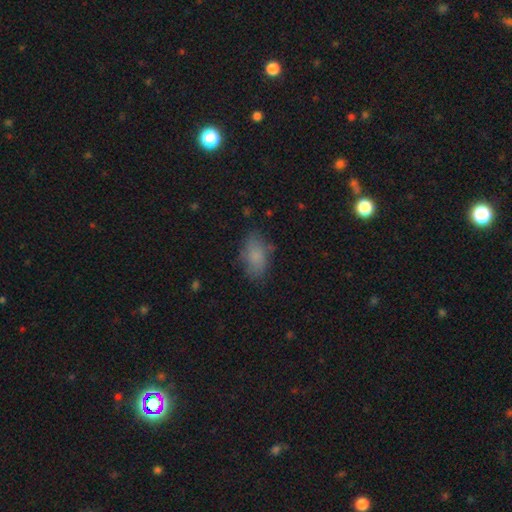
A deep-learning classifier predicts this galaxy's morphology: Q: Smooth or featured?
A: smooth (81%); runner-up: featured or disk (10%)
Q: How rounded?
A: in between (90%); runner-up: round (7%)
Q: Merging?
A: none (73%); runner-up: minor disturbance (19%)